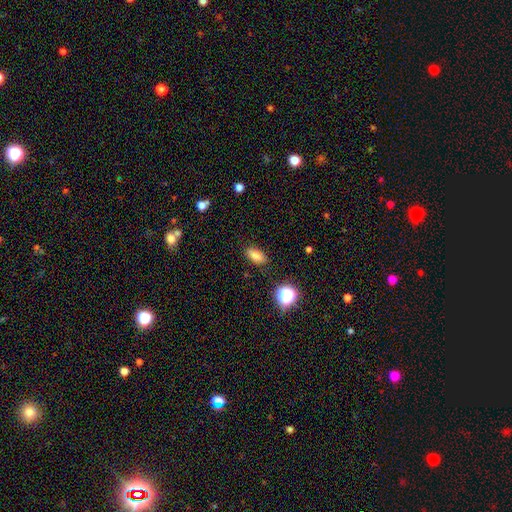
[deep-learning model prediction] smooth_or_featured: smooth (p=0.80) [alt: star or artifact p=0.13]
how_rounded: in between (p=0.85) [alt: round p=0.08]
merging: none (p=0.86) [alt: minor disturbance p=0.10]